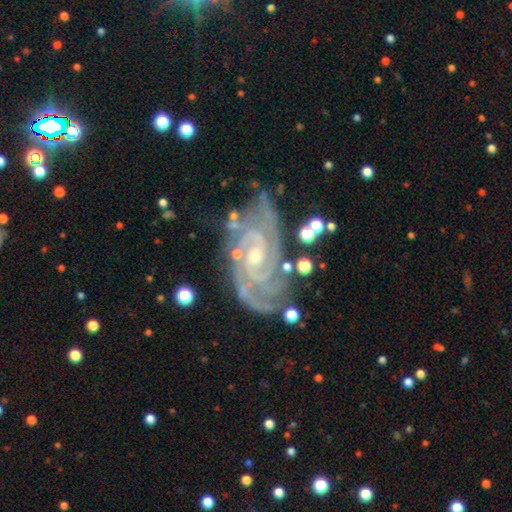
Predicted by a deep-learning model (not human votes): Overall: featured or disk (91%). Edge-on disk: no (97%). Bar: no (50%; weak 35%). Spiral arms: yes (99%). Spiral arm count: 3 (25%; 2 24%). Spiral winding: tight (76%). Bulge size: small (69%). Merging: none (70%).